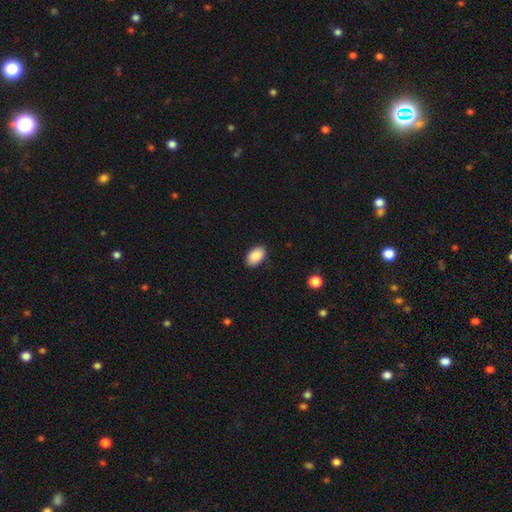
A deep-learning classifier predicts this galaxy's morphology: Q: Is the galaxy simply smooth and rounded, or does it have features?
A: smooth — 89%.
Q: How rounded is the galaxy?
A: in between — 94%.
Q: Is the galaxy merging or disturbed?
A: none — 87%.